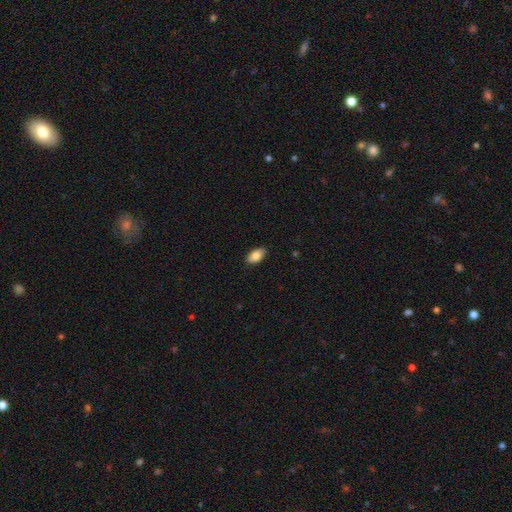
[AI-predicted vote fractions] This is clearly a smooth galaxy (86%). How rounded: clearly in between (93%). Merging: clearly none (87%).